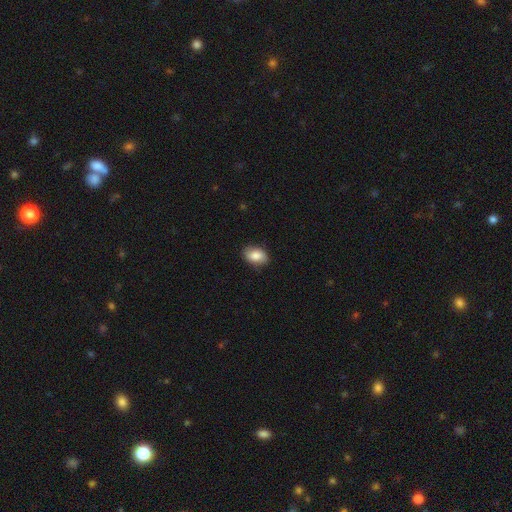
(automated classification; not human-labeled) A smooth galaxy with no disk features (84%) that is in between round and cigar-shaped (85%).

Vote fractions:
- Smooth or featured? smooth: 84% / featured or disk: 10% / star or artifact: 7%
- How rounded? in between: 85% / round: 14% / cigar-shaped: 1%
- Merging? none: 83% / minor disturbance: 14% / major disturbance: 3% / merger: 1%